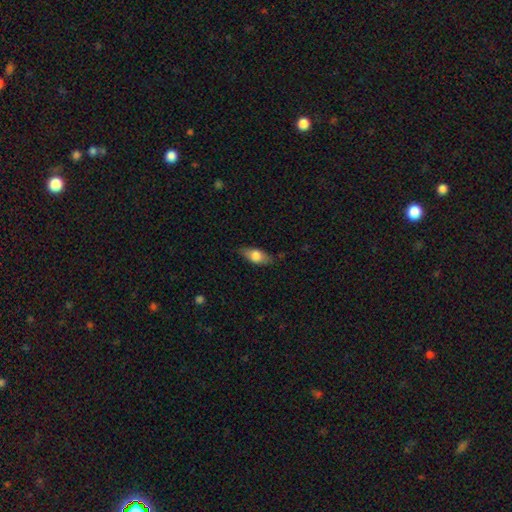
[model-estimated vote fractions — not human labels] Q: Smooth or featured?
A: smooth (68%); runner-up: featured or disk (25%)
Q: How rounded?
A: in between (79%); runner-up: cigar-shaped (16%)
Q: Merging?
A: none (80%); runner-up: minor disturbance (16%)